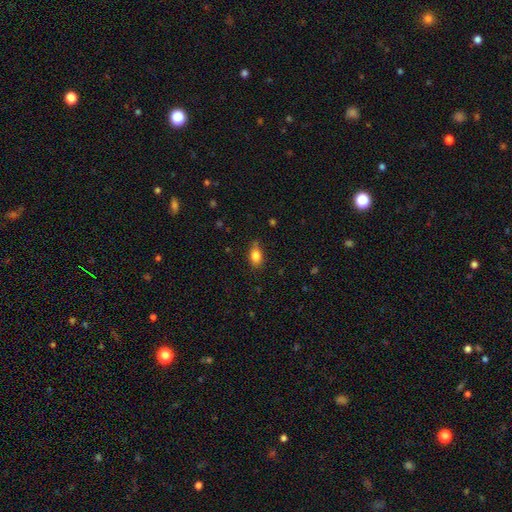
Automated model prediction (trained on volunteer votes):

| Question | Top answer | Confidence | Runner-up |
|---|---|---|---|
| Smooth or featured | smooth | 84% | star or artifact (9%) |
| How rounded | in between | 81% | round (16%) |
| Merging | none | 76% | minor disturbance (19%) |